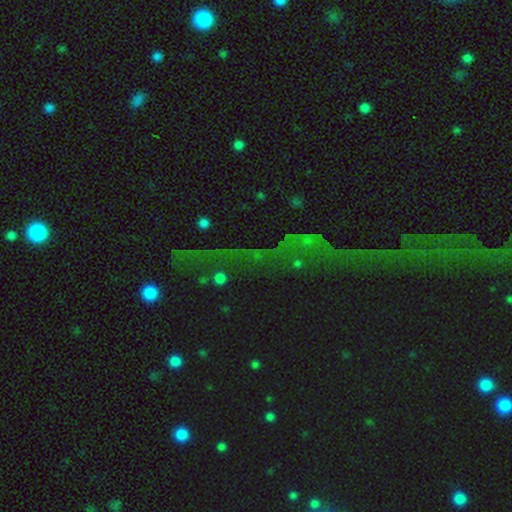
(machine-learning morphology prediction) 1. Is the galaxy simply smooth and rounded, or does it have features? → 76% star or artifact, 13% featured or disk, 11% smooth.